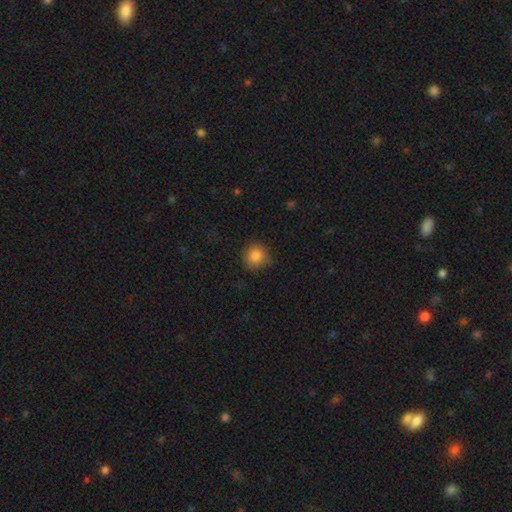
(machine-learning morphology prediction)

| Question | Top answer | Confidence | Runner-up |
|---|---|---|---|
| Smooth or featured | smooth | 84% | star or artifact (10%) |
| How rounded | round | 90% | in between (9%) |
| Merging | none | 82% | minor disturbance (14%) |